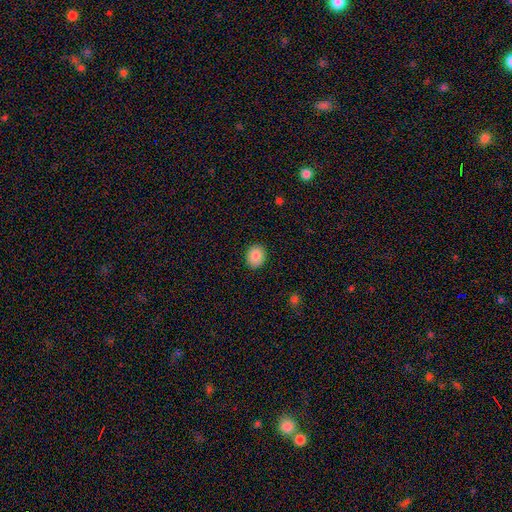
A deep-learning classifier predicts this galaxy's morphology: Smooth or featured: smooth — 86% (star or artifact — 8%)
How rounded: round — 61% (in between — 38%)
Merging: none — 90% (minor disturbance — 7%)